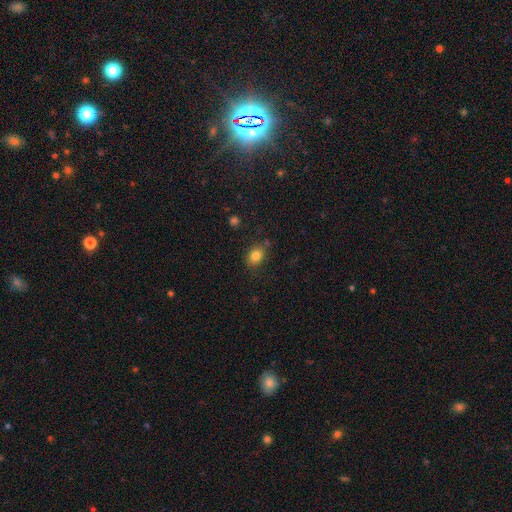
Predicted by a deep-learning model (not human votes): The model was most divided on "how rounded": in between: 50%, round: 49%, cigar-shaped: 1%. More confident: smooth or featured — smooth (82%); merging — none (78%).